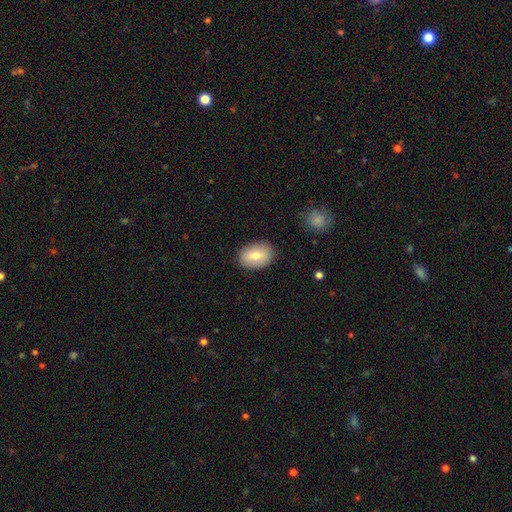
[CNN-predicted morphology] type=smooth (74%); roundness=in between (80%); merging=none (86%).